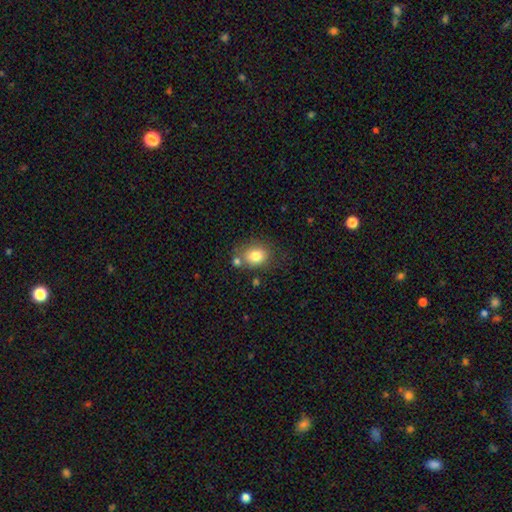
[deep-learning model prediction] Overall: smooth (80%). How rounded: round (53%; in between 46%). Merging: none (65%).